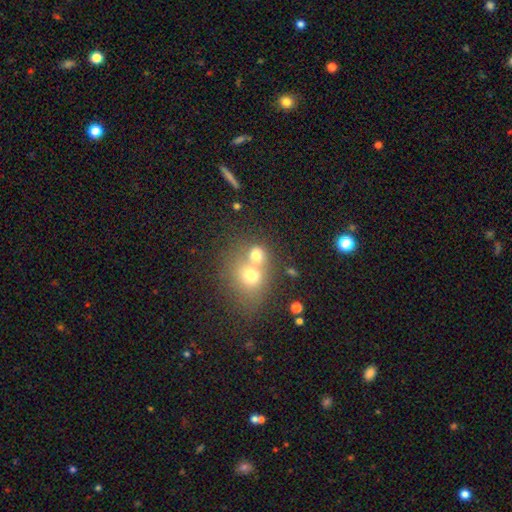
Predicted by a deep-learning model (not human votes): This appears to be a smooth galaxy with no disk features (69%) that is round (67%). Merging: merger (57%).